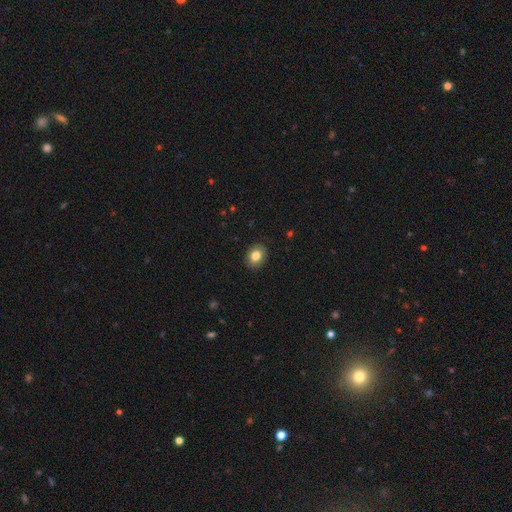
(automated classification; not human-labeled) The model was most divided on "how rounded": in between: 58%, round: 41%, cigar-shaped: 1%. More confident: merging — none (89%); smooth or featured — smooth (82%).